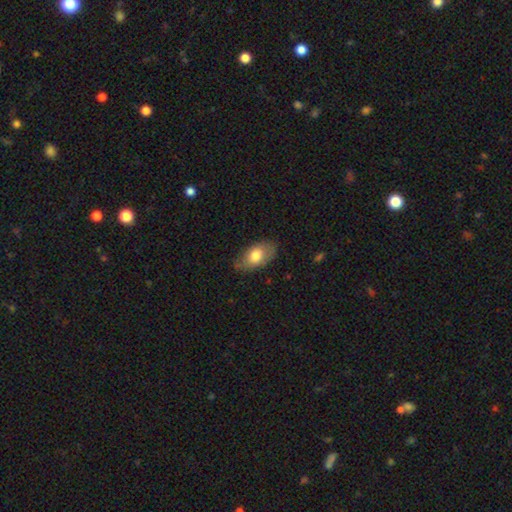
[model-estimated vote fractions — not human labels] Smooth or featured? smooth (72%)
How rounded? in between (92%)
Merging? none (70%)